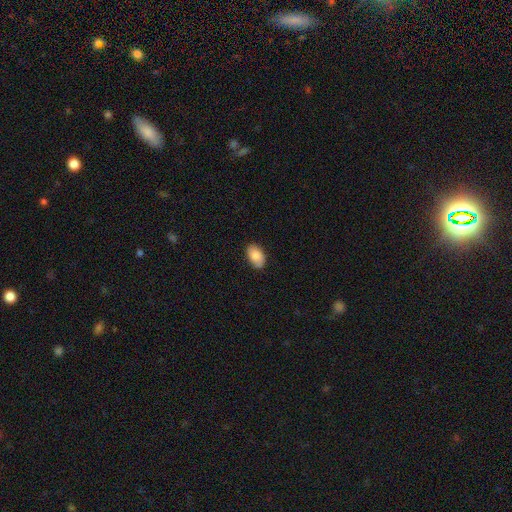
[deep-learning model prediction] This is clearly a smooth galaxy (86%). How rounded: clearly in between (90%). Merging: clearly none (81%).